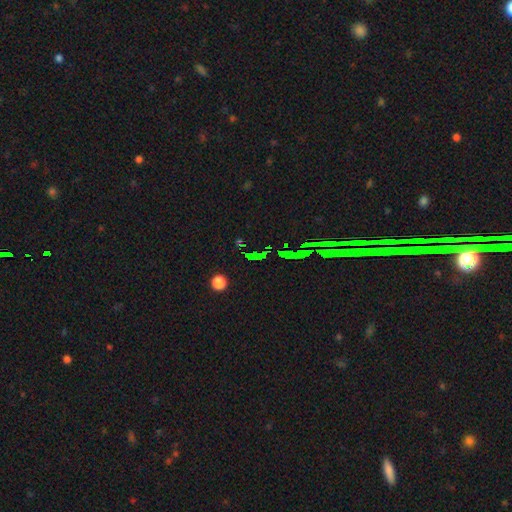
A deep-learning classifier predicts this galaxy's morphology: type=star or artifact (66%).